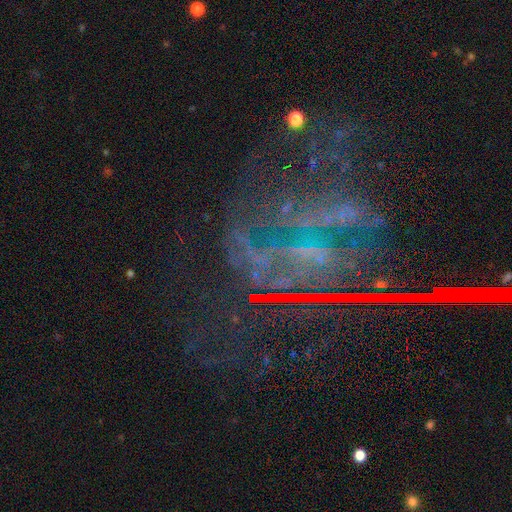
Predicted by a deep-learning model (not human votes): Overall: featured or disk (49%; star or artifact 40%). Merging: none (46%; major disturbance 32%).